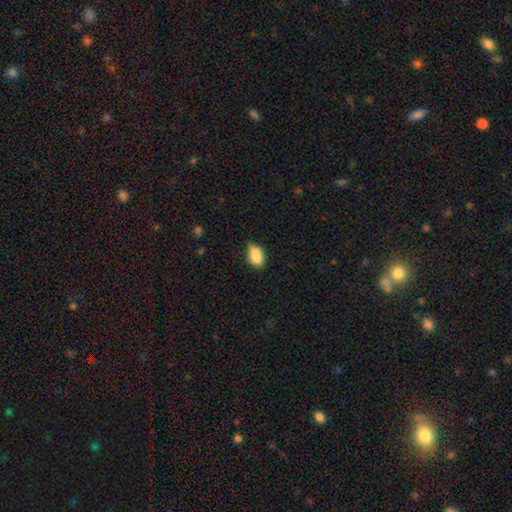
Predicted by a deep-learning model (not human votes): Morphology: type=smooth (86%); roundness=in between (89%); merging=none (53%).